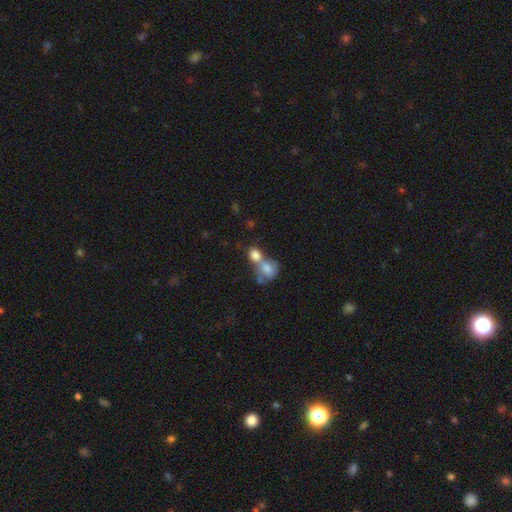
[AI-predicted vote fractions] A smooth galaxy with no disk features (78%) that is in between round and cigar-shaped (50%). Merging: merger (64%).